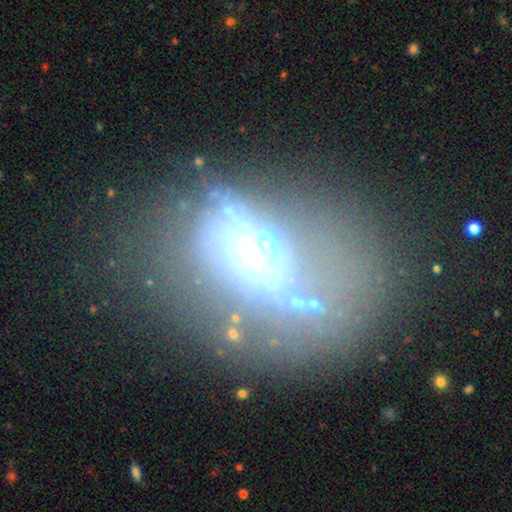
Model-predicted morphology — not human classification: smooth_or_featured: featured or disk (p=0.49) [alt: star or artifact p=0.26]
merging: none (p=0.40) [alt: major disturbance p=0.28]